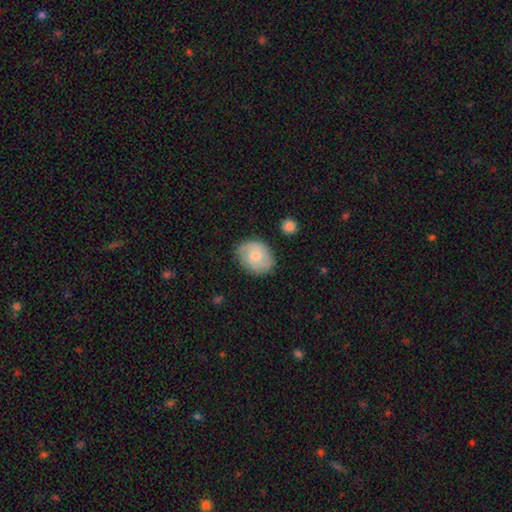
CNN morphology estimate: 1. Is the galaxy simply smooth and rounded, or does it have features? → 58% smooth, 35% featured or disk, 7% star or artifact.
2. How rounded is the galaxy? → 61% in between, 38% round, 1% cigar-shaped.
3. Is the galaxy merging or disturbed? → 73% none, 20% minor disturbance, 5% major disturbance, 3% merger.